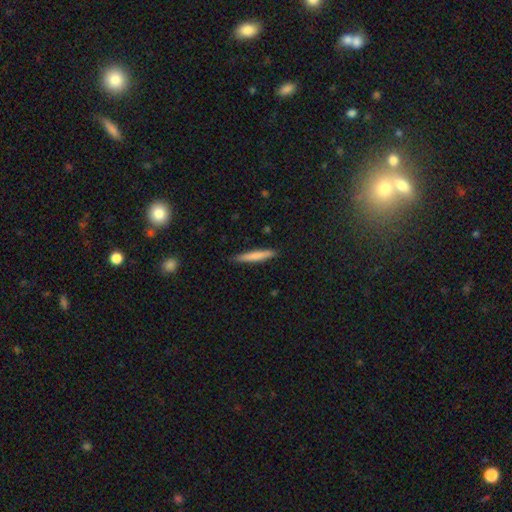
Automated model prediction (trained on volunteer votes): Smooth or featured?
  - smooth: 76% *
  - featured or disk: 18%
  - star or artifact: 6%
How rounded?
  - cigar-shaped: 94% *
  - in between: 5%
  - round: 1%
Merging?
  - none: 87% *
  - minor disturbance: 10%
  - major disturbance: 2%
  - merger: 1%